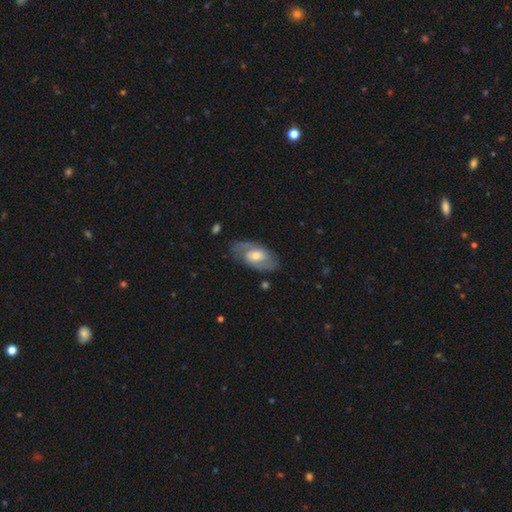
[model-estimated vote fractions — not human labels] Overall: featured or disk (64%; smooth 30%). Edge-on disk: no (93%). Bar: no (44%; weak 42%). Spiral arms: yes (75%). Bulge size: moderate (60%; small 30%). Merging: none (73%).